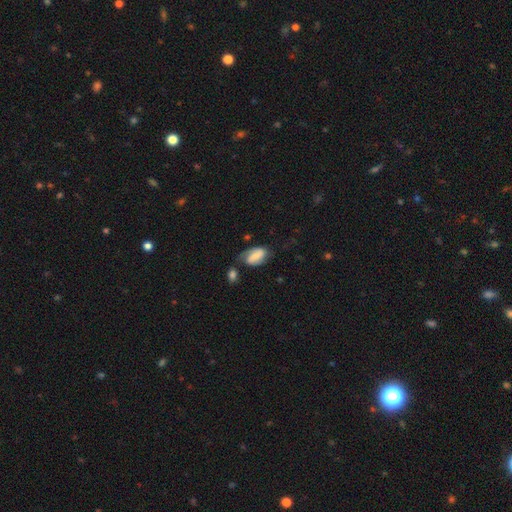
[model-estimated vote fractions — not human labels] featured or disk 46% (tied), smooth 46% (tied), star or artifact 8%. Down the decision tree: merging — none (46%).